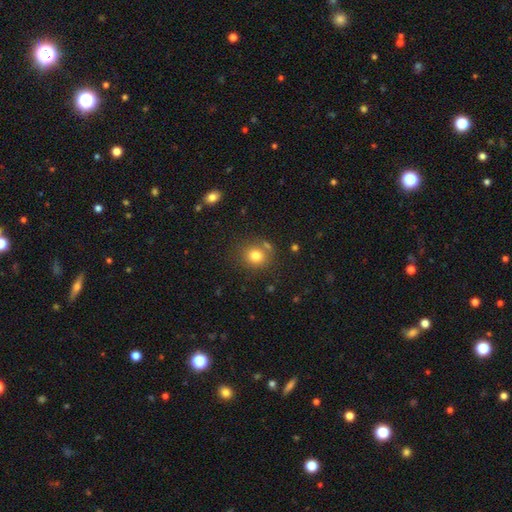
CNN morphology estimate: type=smooth (79%); roundness=round (81%); merging=none (72%).